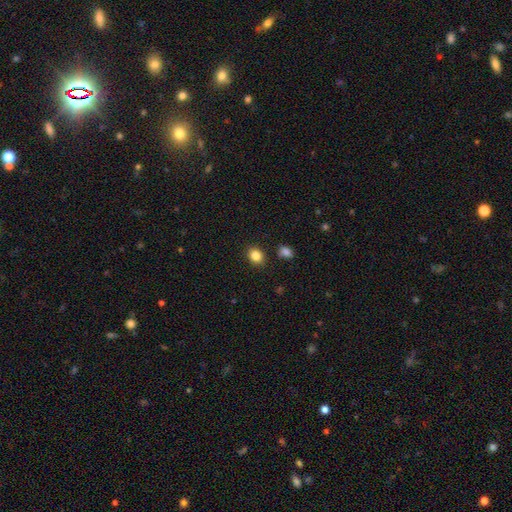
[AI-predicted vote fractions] Smooth or featured?
  - smooth: 85% *
  - star or artifact: 10%
  - featured or disk: 5%
How rounded?
  - round: 55% *
  - in between: 44%
  - cigar-shaped: 1%
Merging?
  - none: 87% *
  - minor disturbance: 8%
  - merger: 3%
  - major disturbance: 2%